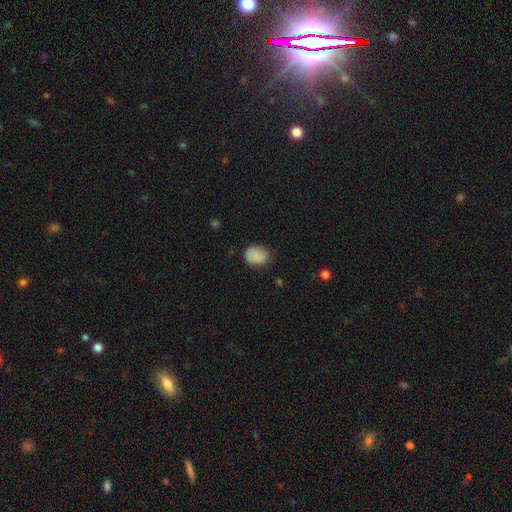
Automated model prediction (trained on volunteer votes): Q: Smooth or featured?
A: smooth (87%); runner-up: star or artifact (8%)
Q: How rounded?
A: in between (59%); runner-up: round (41%)
Q: Merging?
A: none (77%); runner-up: minor disturbance (18%)